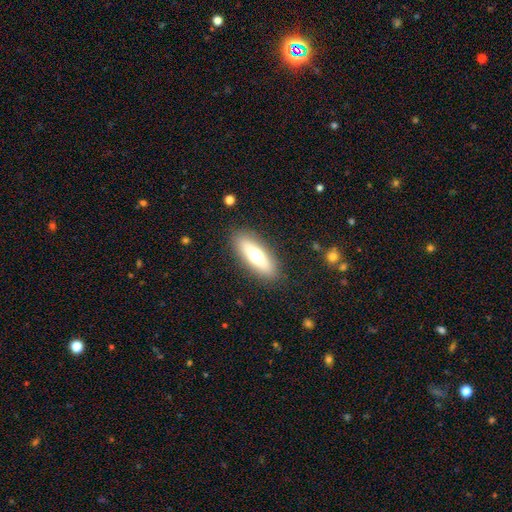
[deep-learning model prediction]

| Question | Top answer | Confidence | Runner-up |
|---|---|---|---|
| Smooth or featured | smooth | 61% | featured or disk (32%) |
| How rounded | in between | 50% | cigar-shaped (48%) |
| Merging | none | 87% | minor disturbance (9%) |